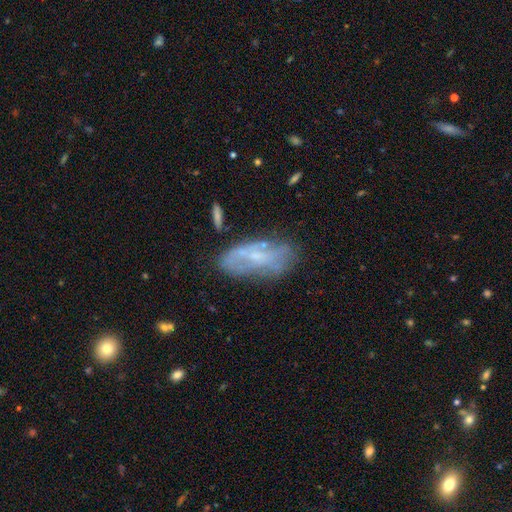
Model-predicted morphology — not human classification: featured or disk 54%, smooth 37%, star or artifact 9%. Down the decision tree: edge-on disk — no (89%); merging — none (56%).